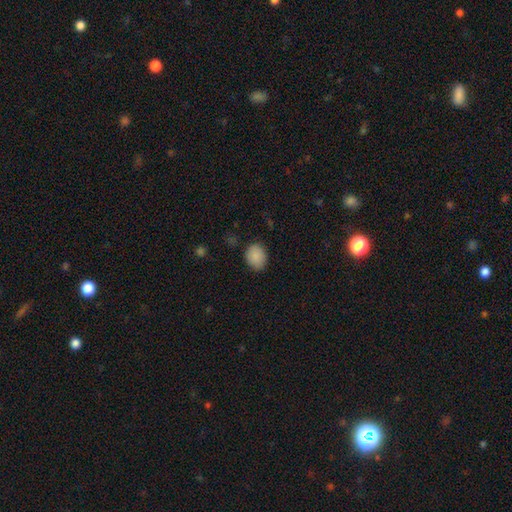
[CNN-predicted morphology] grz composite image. It shows a smooth galaxy with no disk features (88%) that is in between round and cigar-shaped (55%). Merging: none (81%).